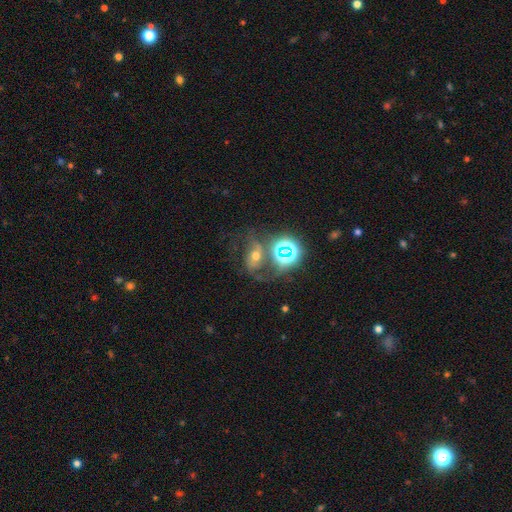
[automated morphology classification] Smooth or featured? Predicted: featured or disk (p=0.45). Merging? Predicted: none (p=0.43).